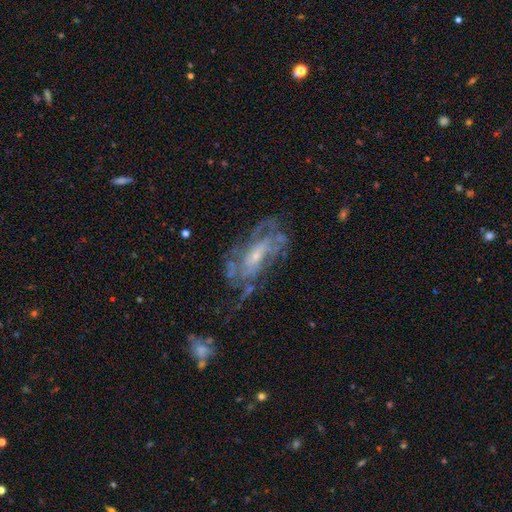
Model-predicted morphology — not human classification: Q: Smooth or featured?
A: featured or disk (80%); runner-up: smooth (12%)
Q: Edge-on disk?
A: no (93%); runner-up: yes (7%)
Q: Bar?
A: no (56%); runner-up: weak (34%)
Q: Spiral arms?
A: yes (81%); runner-up: no (19%)
Q: Spiral winding?
A: tight (47%); runner-up: medium (38%)
Q: Spiral arm count?
A: can't tell (47%); runner-up: 2 (20%)
Q: Bulge size?
A: small (66%); runner-up: moderate (27%)
Q: Merging?
A: none (54%); runner-up: minor disturbance (21%)